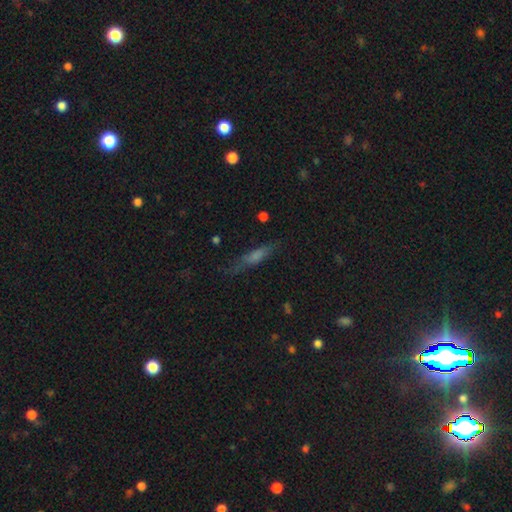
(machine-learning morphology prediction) smooth-or-featured: smooth: 48% | featured or disk: 37% | star or artifact: 15%
  merging: none: 71% | minor disturbance: 19% | major disturbance: 7% | merger: 2%